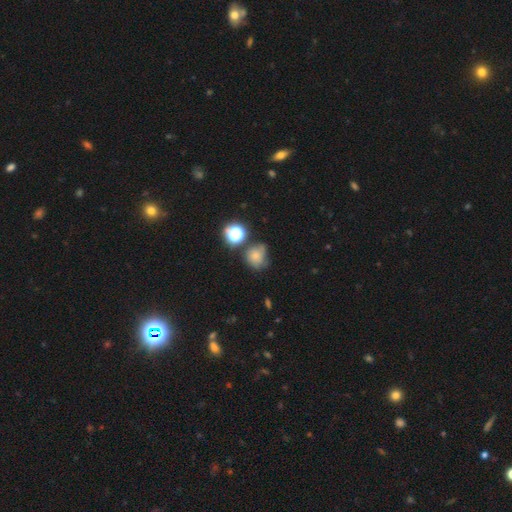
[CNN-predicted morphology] smooth-or-featured: smooth: 69% | star or artifact: 17% | featured or disk: 13%
  how-rounded: round: 77% | in between: 22% | cigar-shaped: 1%
  merging: none: 51% | minor disturbance: 26% | merger: 12% | major disturbance: 10%